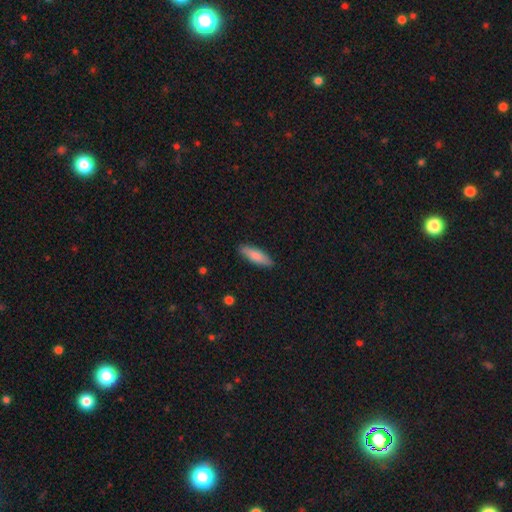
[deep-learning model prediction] Smooth or featured? smooth (82%)
How rounded? cigar-shaped (57%)
Merging? none (88%)